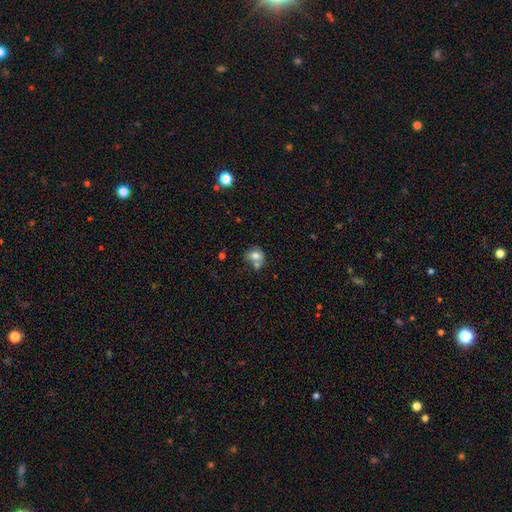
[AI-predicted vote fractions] Overall: smooth (72%). How rounded: round (62%; in between 37%). Merging: merger (40%; none 37%).